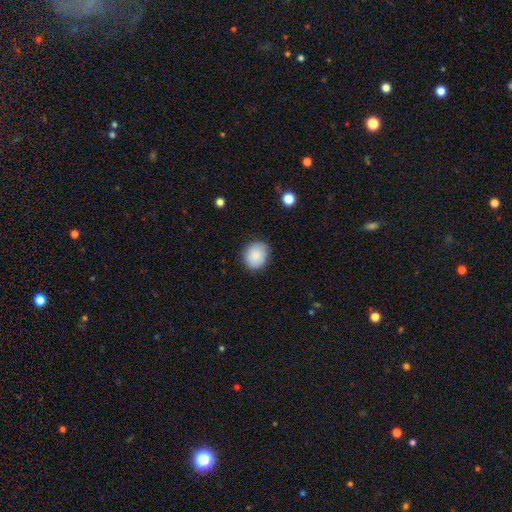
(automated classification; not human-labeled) Smooth or featured? Predicted: smooth (p=0.86). How rounded? Predicted: round (p=0.69). Merging? Predicted: none (p=0.78).